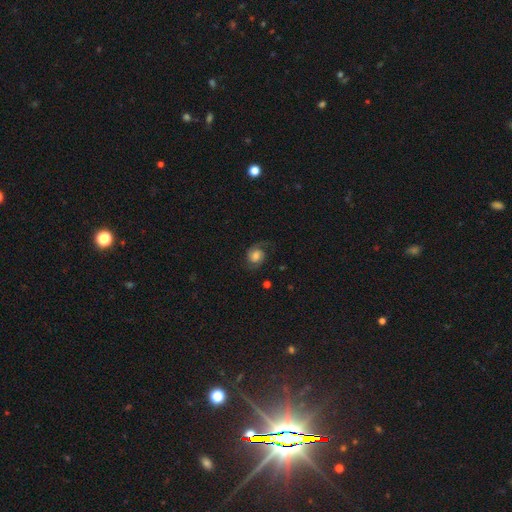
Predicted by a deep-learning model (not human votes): The model was most divided on "bulge size": moderate: 33%, large: 31%, small: 17%, none: 11%, dominant: 8%. Remaining: edge-on disk — no (98%); spiral arms — yes (93%); spiral arm count — 2 (83%); merging — none (68%); bar — no (67%); smooth or featured — featured or disk (56%); spiral winding — medium (44%).